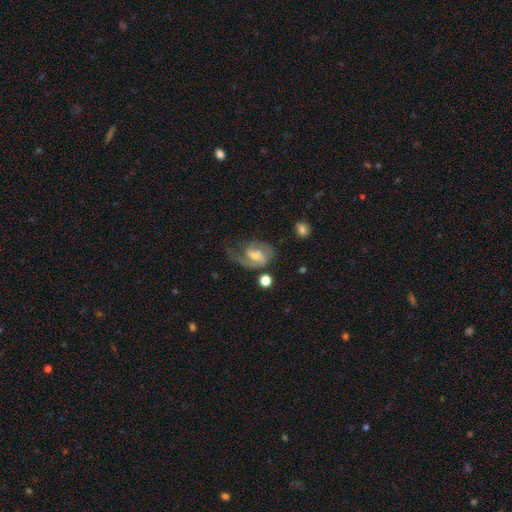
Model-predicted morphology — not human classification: A featured or disk galaxy (81%) with a weak bar (53%), 2 (62%) medium (50%) spiral arms (94%) and a moderate central bulge (44%). Merging: none (51%).